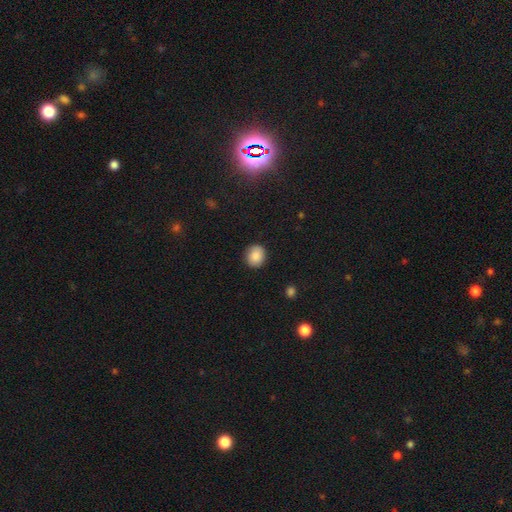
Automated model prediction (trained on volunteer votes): The model was most divided on "how rounded": round: 78%, in between: 21%, cigar-shaped: 1%. More confident: merging — none (89%); smooth or featured — smooth (87%).